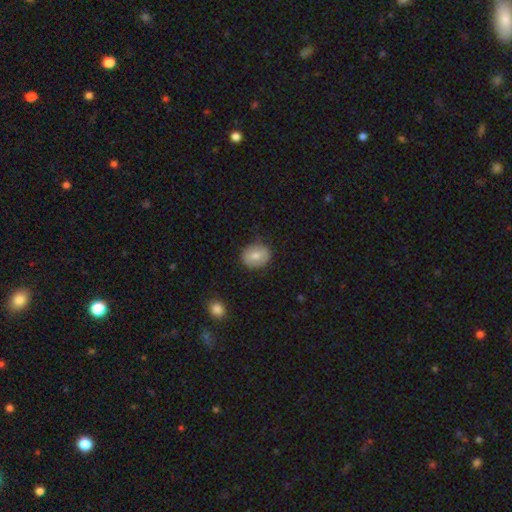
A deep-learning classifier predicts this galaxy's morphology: This is likely a smooth galaxy (71%). How rounded: likely round (62%). Merging: clearly none (81%).